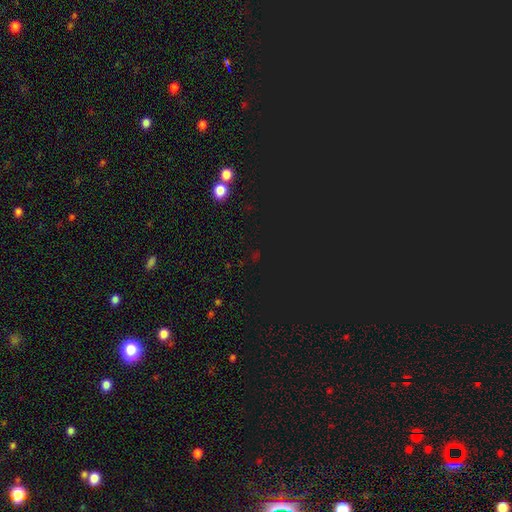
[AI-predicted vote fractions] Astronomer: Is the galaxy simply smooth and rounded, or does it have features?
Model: star or artifact — 75%.